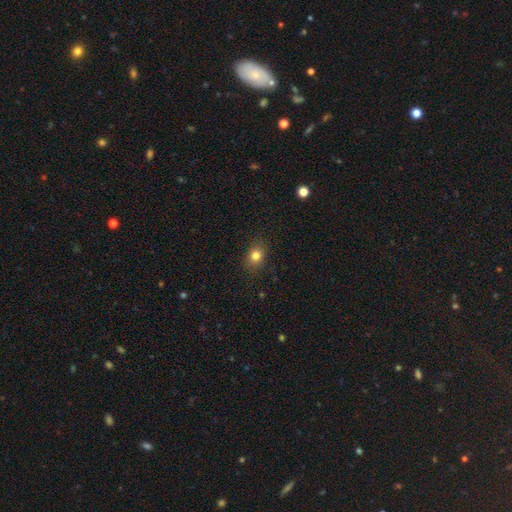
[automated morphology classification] This is clearly a smooth galaxy (80%). How rounded: possibly in between (50%). Merging: clearly none (86%).